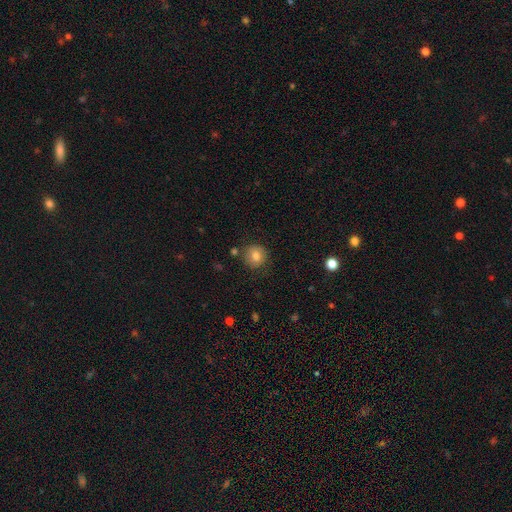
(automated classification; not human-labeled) A smooth galaxy with no disk features (82%) that is round (86%). Merging: none (81%).